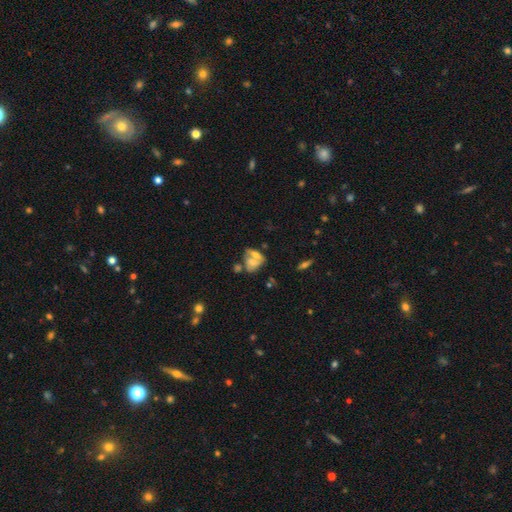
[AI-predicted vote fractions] Smooth or featured? Predicted: smooth (p=0.46). Merging? Predicted: merger (p=0.46).